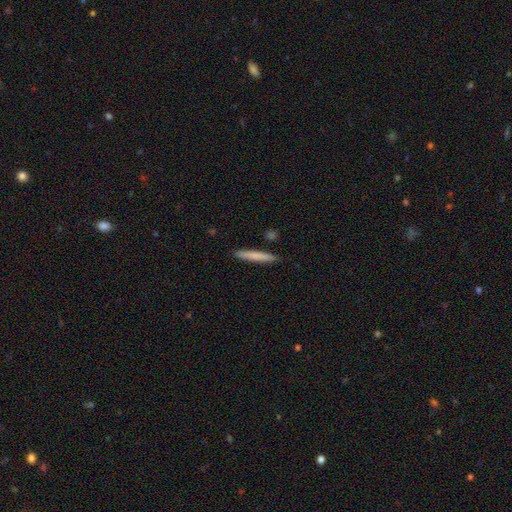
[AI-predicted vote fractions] smooth 74%, featured or disk 20%, star or artifact 6%. Down the decision tree: how rounded — cigar-shaped (96%); merging — none (90%).